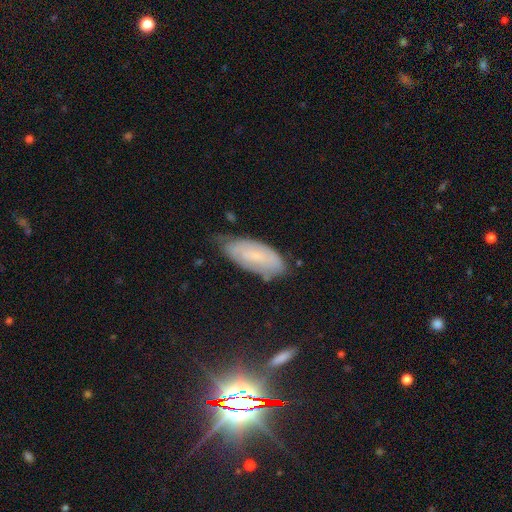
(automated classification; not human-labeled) A smooth galaxy with no disk features (50%) that is in between round and cigar-shaped (83%).

Vote fractions:
- Smooth or featured? smooth: 50% / featured or disk: 40% / star or artifact: 10%
- How rounded? in between: 83% / cigar-shaped: 14% / round: 2%
- Merging? none: 57% / minor disturbance: 33% / major disturbance: 8% / merger: 2%